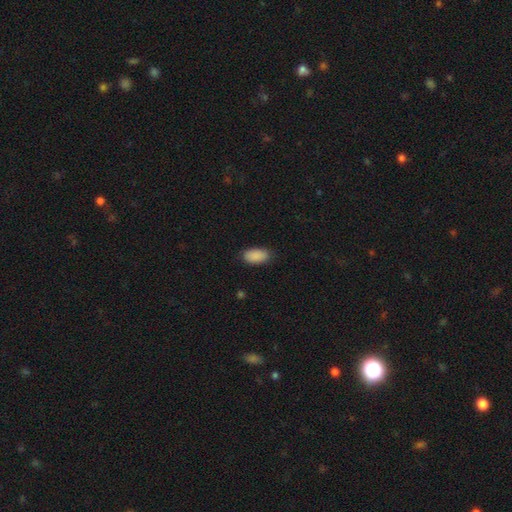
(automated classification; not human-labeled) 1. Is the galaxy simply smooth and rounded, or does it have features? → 90% smooth, 7% star or artifact, 3% featured or disk.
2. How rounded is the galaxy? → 93% in between, 3% cigar-shaped, 3% round.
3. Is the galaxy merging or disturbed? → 85% none, 12% minor disturbance, 2% major disturbance, 1% merger.